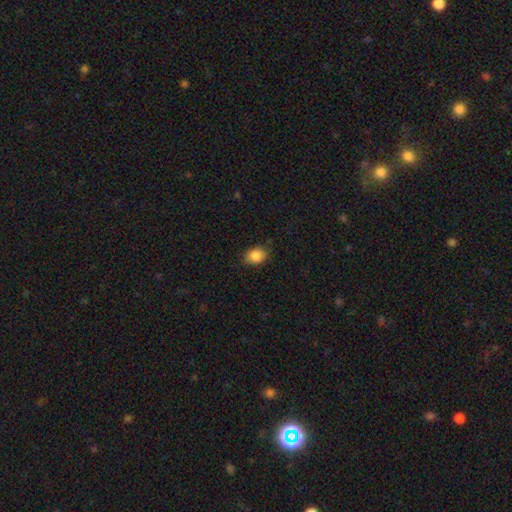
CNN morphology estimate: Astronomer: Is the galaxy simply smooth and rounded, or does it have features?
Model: smooth — 87%.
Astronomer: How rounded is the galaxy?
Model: in between — 58% (runner-up: round, 41%).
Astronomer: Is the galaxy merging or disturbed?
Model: none — 83%.